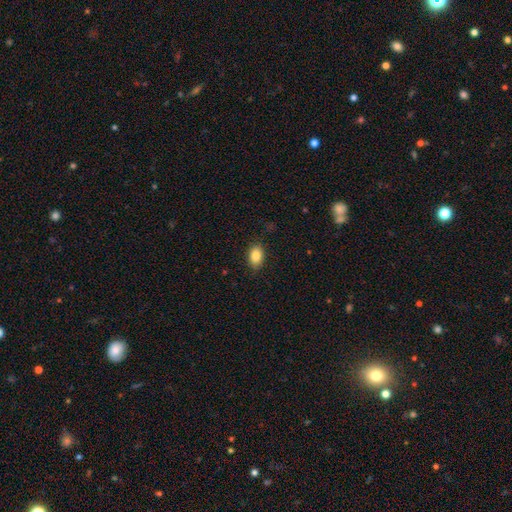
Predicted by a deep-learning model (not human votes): This appears to be a smooth galaxy with no disk features (87%) that is in between round and cigar-shaped (85%). Merging: none (86%).